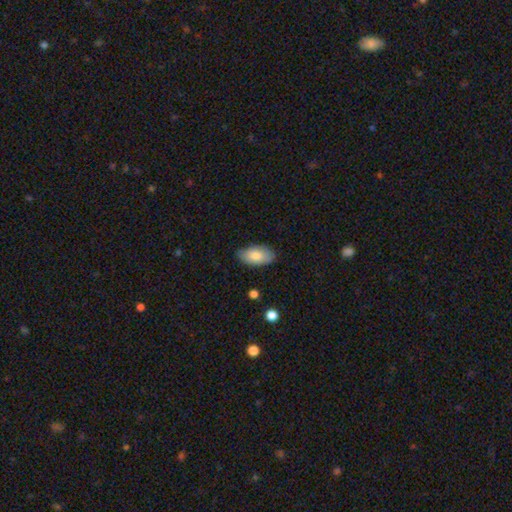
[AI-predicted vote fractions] A smooth galaxy with no disk features (80%) that is in between round and cigar-shaped (94%). Merging: none (81%).